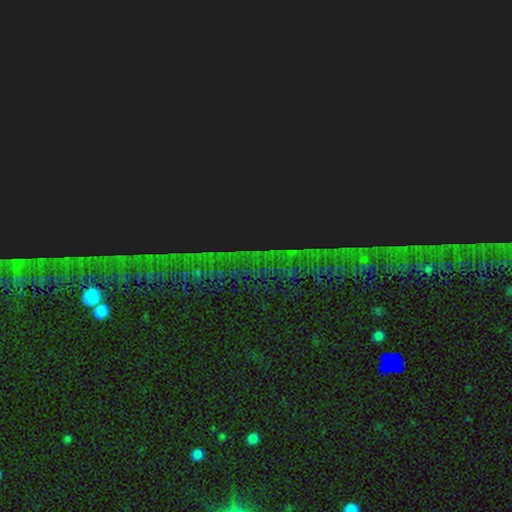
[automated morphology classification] type=star or artifact (89%).